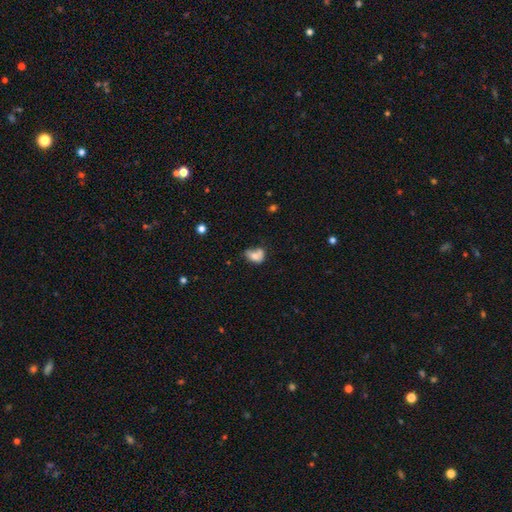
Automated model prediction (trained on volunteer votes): Morphology: type=smooth (67%); roundness=in between (72%); merging=merger (36%).